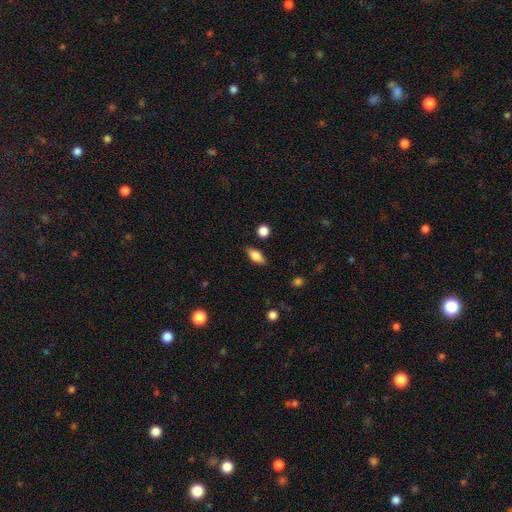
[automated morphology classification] This appears to be a smooth galaxy with no disk features (74%) that is in between round and cigar-shaped (81%). Merging: none (83%).